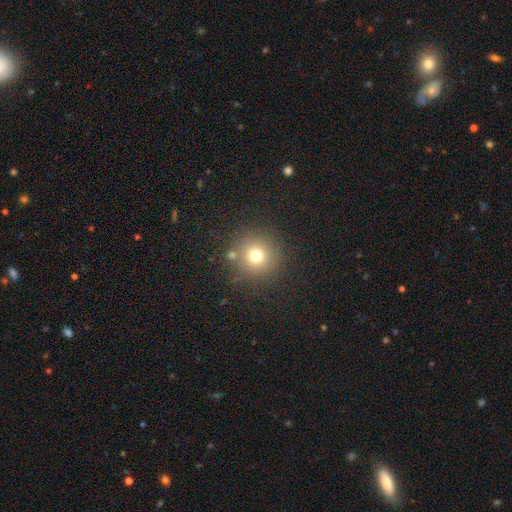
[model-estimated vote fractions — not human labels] Smooth or featured: smooth — 73% (star or artifact — 17%)
How rounded: round — 94% (in between — 5%)
Merging: none — 83% (minor disturbance — 8%)